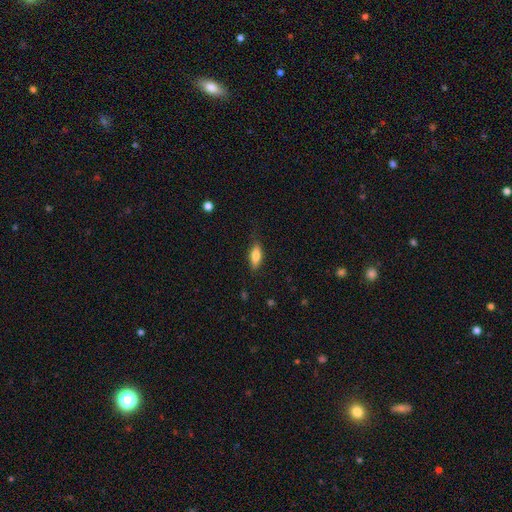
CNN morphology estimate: Smooth or featured?
  - smooth: 71% *
  - featured or disk: 22%
  - star or artifact: 7%
How rounded?
  - in between: 64% *
  - cigar-shaped: 33%
  - round: 3%
Merging?
  - none: 79% *
  - minor disturbance: 16%
  - major disturbance: 4%
  - merger: 1%